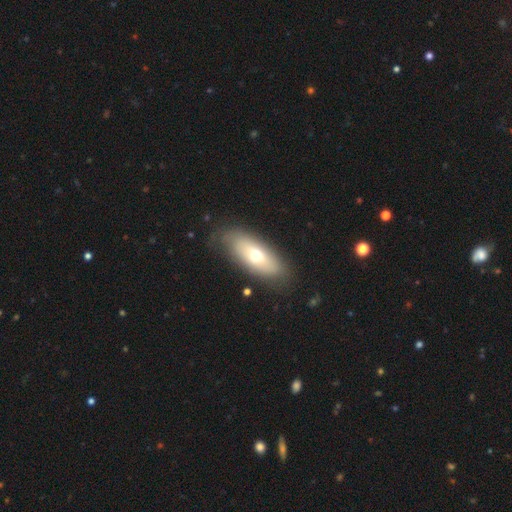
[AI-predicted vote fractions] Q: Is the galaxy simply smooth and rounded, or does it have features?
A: smooth — 61%.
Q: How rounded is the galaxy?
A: in between — 81%.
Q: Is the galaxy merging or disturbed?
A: none — 77%.